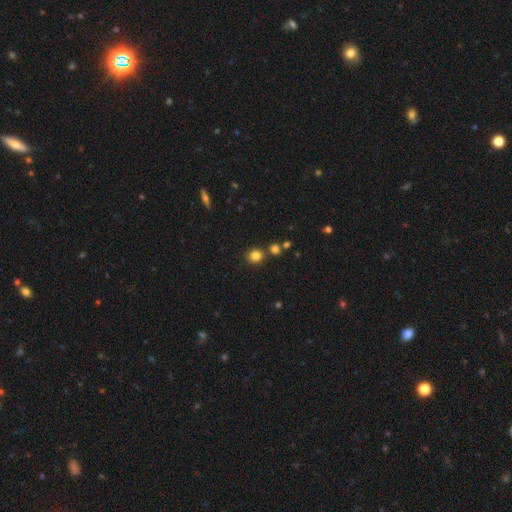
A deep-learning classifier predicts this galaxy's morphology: smooth-or-featured: smooth: 81% | star or artifact: 13% | featured or disk: 5%
  how-rounded: round: 81% | in between: 18% | cigar-shaped: 1%
  merging: none: 77% | merger: 13% | minor disturbance: 8% | major disturbance: 3%